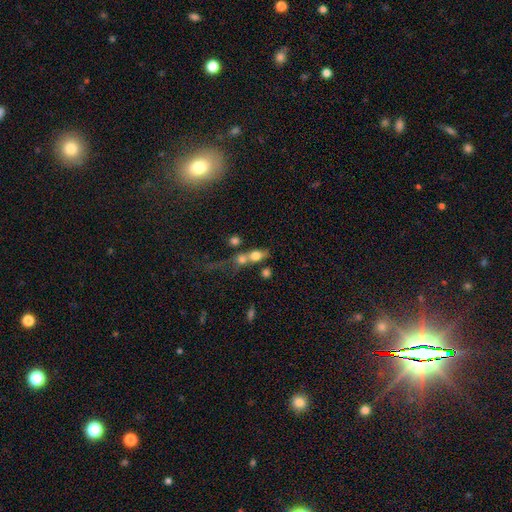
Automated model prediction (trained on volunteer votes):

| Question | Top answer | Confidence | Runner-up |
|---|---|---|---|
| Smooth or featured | smooth | 68% | featured or disk (21%) |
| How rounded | in between | 61% | round (30%) |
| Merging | merger | 60% | none (22%) |